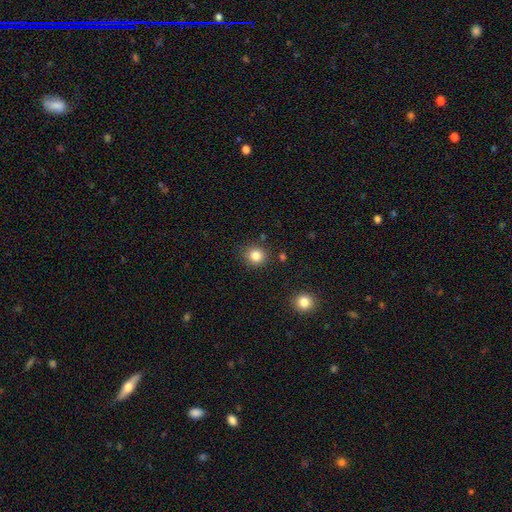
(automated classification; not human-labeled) Smooth or featured: smooth — 83% (star or artifact — 12%)
How rounded: round — 87% (in between — 12%)
Merging: none — 86% (minor disturbance — 9%)